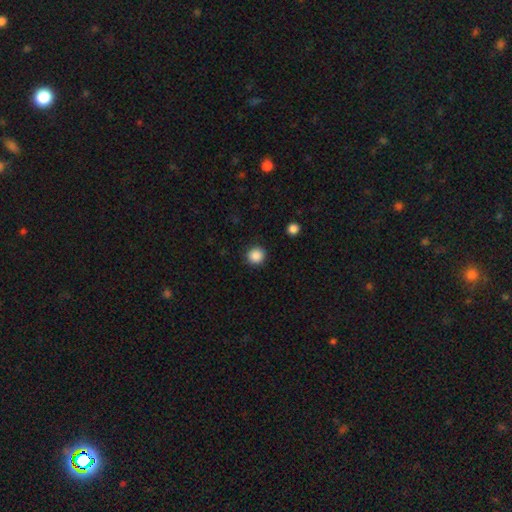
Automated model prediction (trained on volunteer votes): A smooth galaxy with no disk features (87%) that is round (94%).

Vote fractions:
- Smooth or featured? smooth: 87% / star or artifact: 10% / featured or disk: 3%
- How rounded? round: 94% / in between: 5% / cigar-shaped: 1%
- Merging? none: 91% / minor disturbance: 6% / major disturbance: 2% / merger: 1%